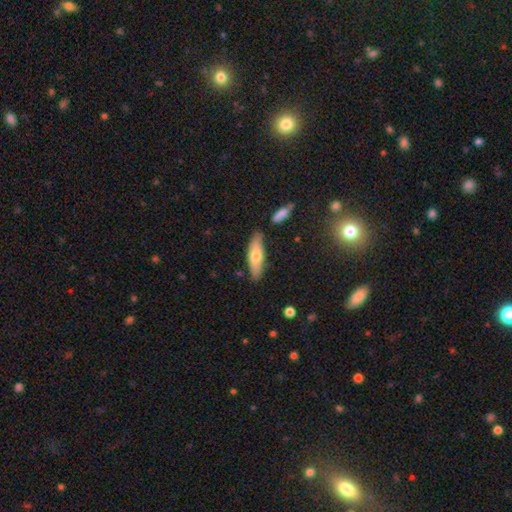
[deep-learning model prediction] This is likely a smooth galaxy (65%). How rounded: possibly cigar-shaped (54%). Merging: likely none (80%).